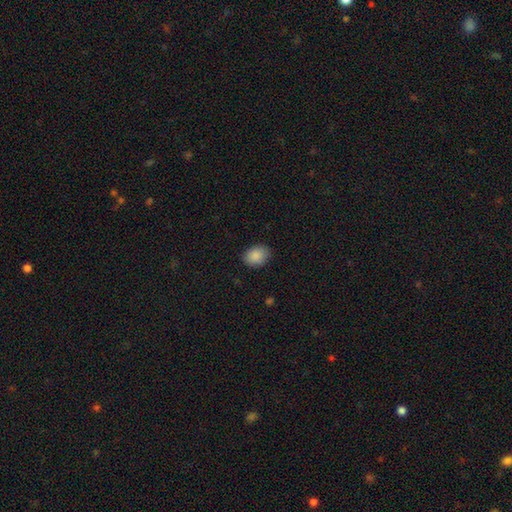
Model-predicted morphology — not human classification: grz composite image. It shows a smooth galaxy with no disk features (89%) that is in between round and cigar-shaped (63%). Merging: none (86%).